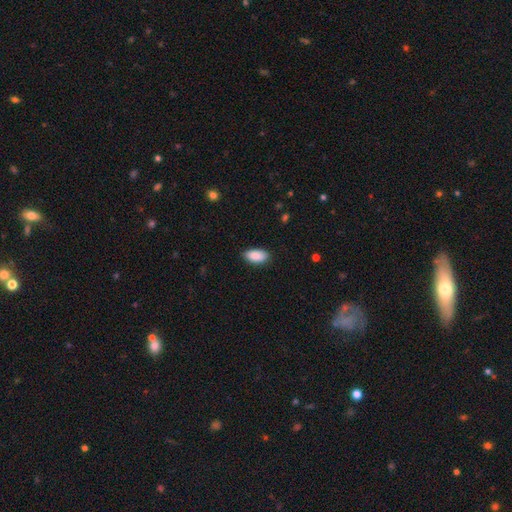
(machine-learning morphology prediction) A smooth galaxy with no disk features (89%) that is in between round and cigar-shaped (93%).

Vote fractions:
- Smooth or featured? smooth: 89% / star or artifact: 6% / featured or disk: 4%
- How rounded? in between: 93% / cigar-shaped: 4% / round: 3%
- Merging? none: 85% / minor disturbance: 12% / major disturbance: 2% / merger: 1%